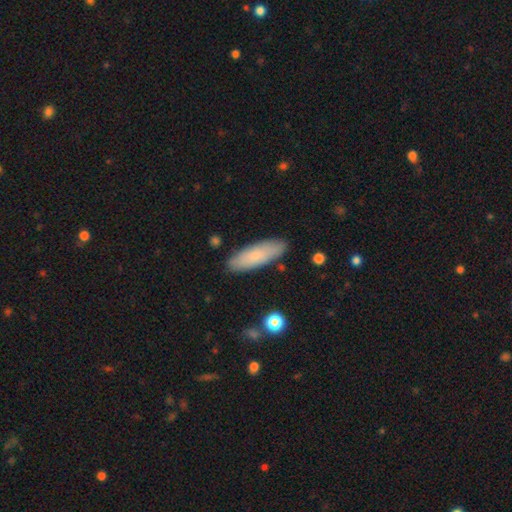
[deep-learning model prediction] This is likely a smooth galaxy (78%). How rounded: possibly in between (51%). Merging: clearly none (87%).